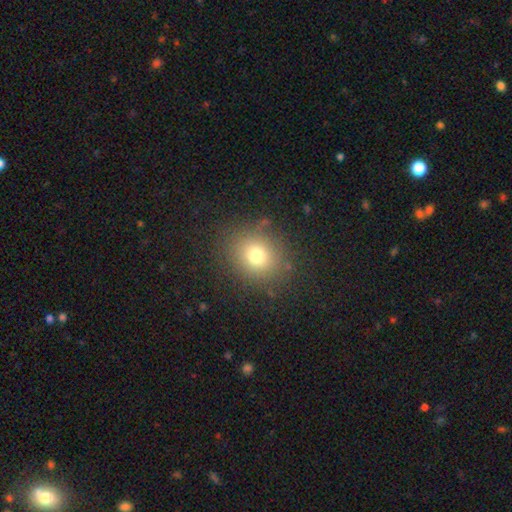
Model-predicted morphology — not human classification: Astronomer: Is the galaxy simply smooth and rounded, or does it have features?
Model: smooth — 75%.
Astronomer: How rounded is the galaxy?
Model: round — 75%.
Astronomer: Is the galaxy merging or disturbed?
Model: none — 86%.